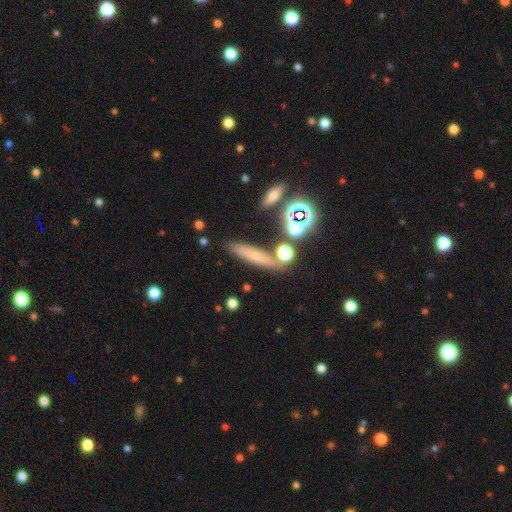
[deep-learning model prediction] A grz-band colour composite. It shows a smooth galaxy with no disk features (59%) that is cigar-shaped (76%). Merging: none (74%).